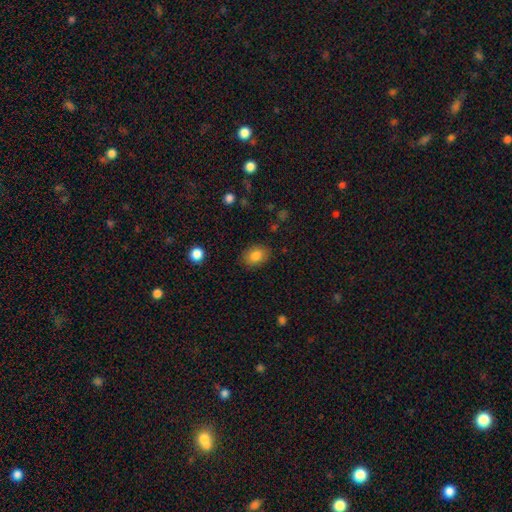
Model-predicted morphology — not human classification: Overall: smooth (83%). How rounded: in between (68%; round 31%). Merging: none (85%).